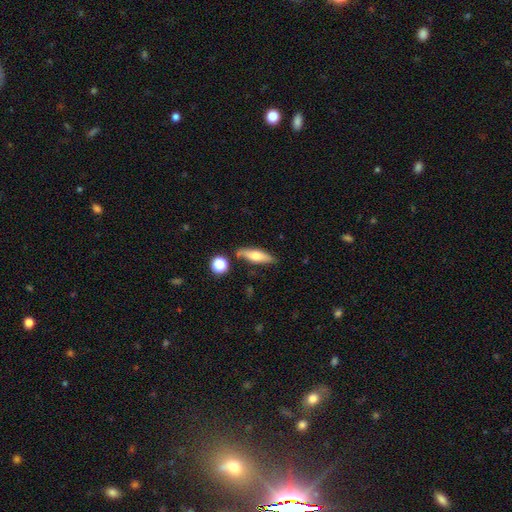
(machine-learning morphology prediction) Overall: smooth (62%; featured or disk 31%). How rounded: cigar-shaped (54%; in between 42%). Merging: none (77%).